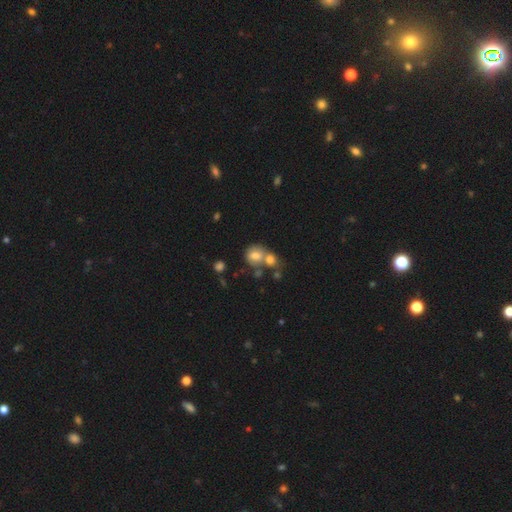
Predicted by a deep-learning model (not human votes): This is likely a smooth galaxy (71%). How rounded: likely round (62%). Merging: possibly merger (53%).